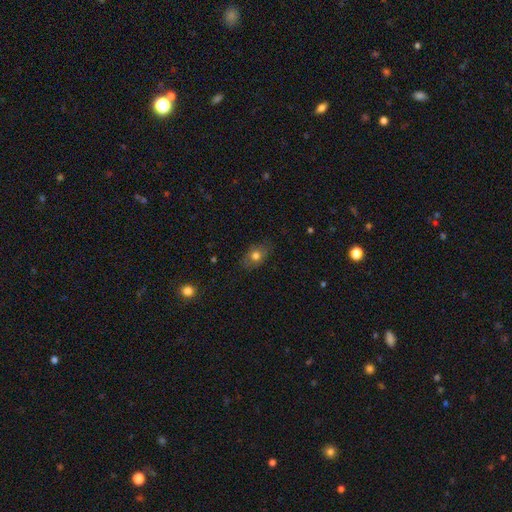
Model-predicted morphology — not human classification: type=smooth (70%); roundness=in between (74%); merging=none (78%).